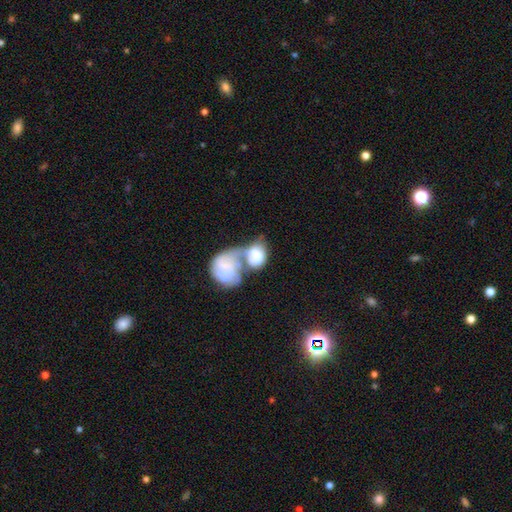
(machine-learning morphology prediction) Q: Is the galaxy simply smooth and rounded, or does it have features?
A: smooth — 52%.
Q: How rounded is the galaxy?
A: in between — 65%.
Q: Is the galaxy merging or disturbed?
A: merger — 64%.